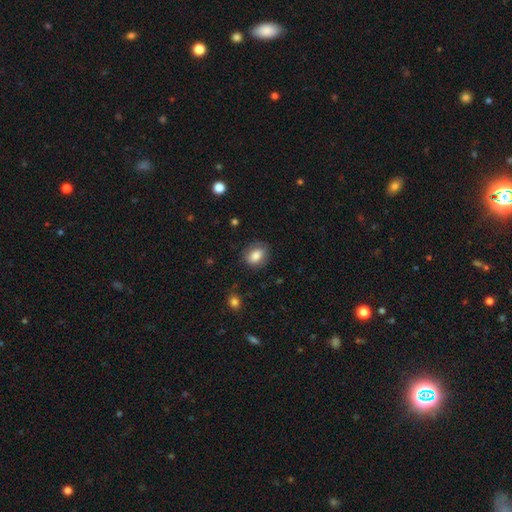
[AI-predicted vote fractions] smooth 79%, featured or disk 13%, star or artifact 8%. Down the decision tree: how rounded — in between (67%); merging — none (78%).